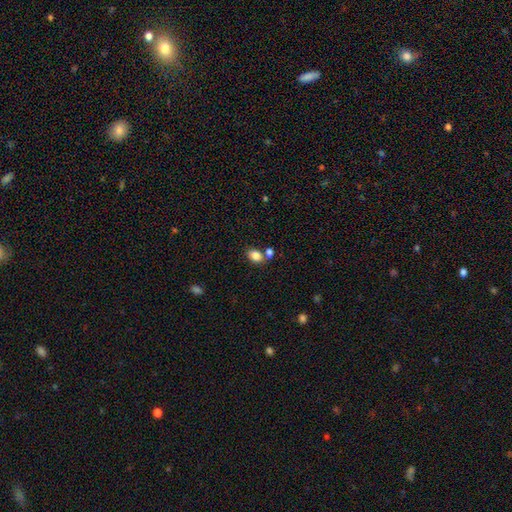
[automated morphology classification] A smooth galaxy with no disk features (83%) that is in between round and cigar-shaped (75%). Merging: none (62%).